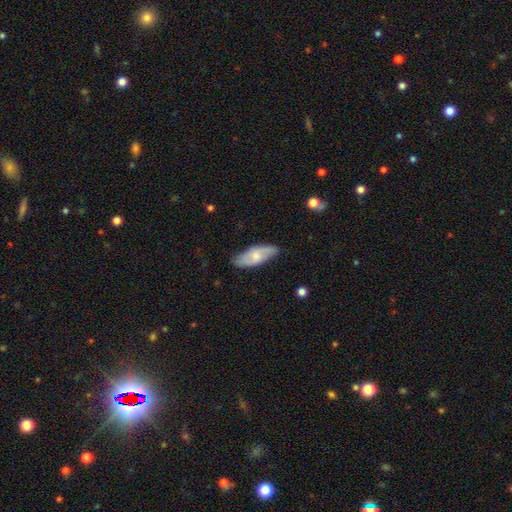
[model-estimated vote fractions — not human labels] Smooth or featured?
  - smooth: 59% *
  - featured or disk: 35%
  - star or artifact: 6%
How rounded?
  - in between: 76% *
  - cigar-shaped: 22%
  - round: 2%
Merging?
  - none: 76% *
  - minor disturbance: 19%
  - major disturbance: 3%
  - merger: 1%